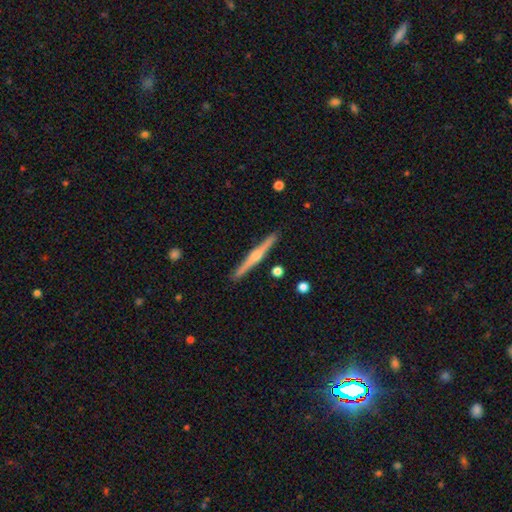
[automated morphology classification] Smooth or featured?
  - featured or disk: 73% *
  - smooth: 21%
  - star or artifact: 5%
Edge-on disk?
  - yes: 98% *
  - no: 2%
Edge-on bulge?
  - rounded: 87% *
  - none: 8%
  - boxy: 5%
Merging?
  - none: 91% *
  - minor disturbance: 6%
  - merger: 1%
  - major disturbance: 1%